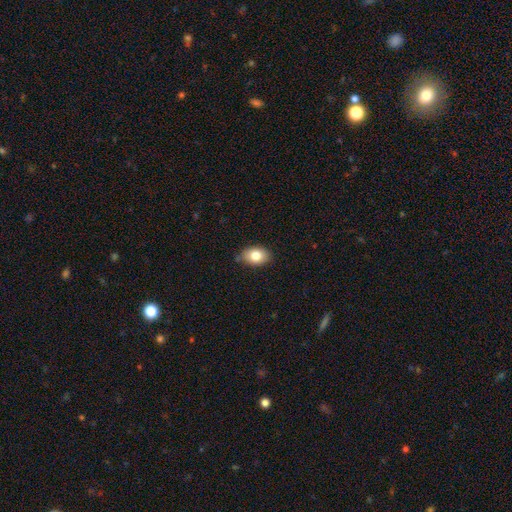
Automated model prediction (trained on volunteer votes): This is clearly a smooth galaxy (81%). How rounded: clearly in between (81%). Merging: likely none (77%).